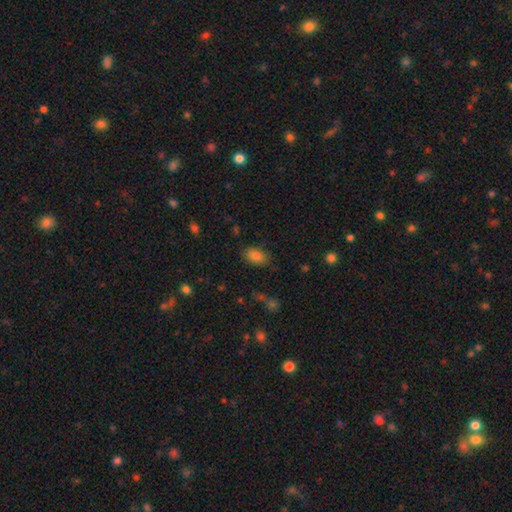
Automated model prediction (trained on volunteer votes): smooth_or_featured: smooth (p=0.83) [alt: star or artifact p=0.10]
how_rounded: in between (p=0.88) [alt: round p=0.10]
merging: none (p=0.81) [alt: minor disturbance p=0.14]